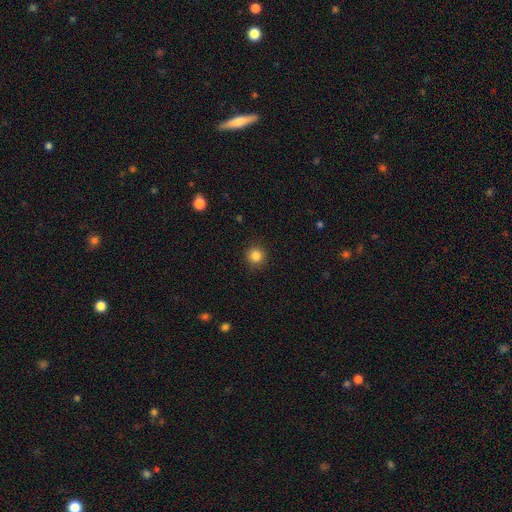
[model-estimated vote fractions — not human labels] Q: Smooth or featured?
A: smooth (85%); runner-up: star or artifact (11%)
Q: How rounded?
A: round (95%); runner-up: in between (4%)
Q: Merging?
A: none (92%); runner-up: minor disturbance (5%)